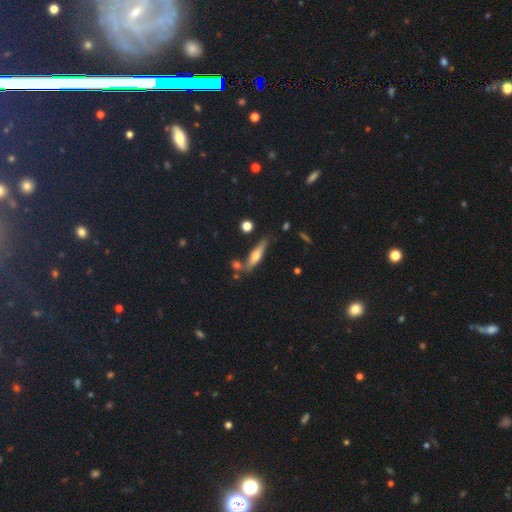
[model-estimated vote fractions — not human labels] Morphology: type=featured or disk (51%); edge-on=yes (92%); merging=none (72%).